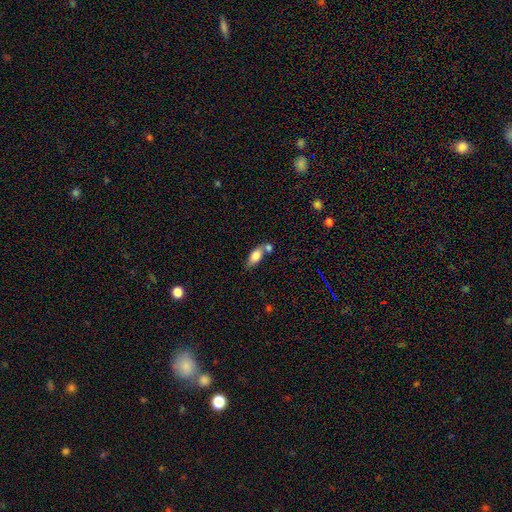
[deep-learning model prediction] Smooth or featured?
  - smooth: 76% *
  - featured or disk: 17%
  - star or artifact: 8%
How rounded?
  - in between: 82% *
  - cigar-shaped: 13%
  - round: 5%
Merging?
  - none: 48% *
  - merger: 33%
  - minor disturbance: 14%
  - major disturbance: 5%